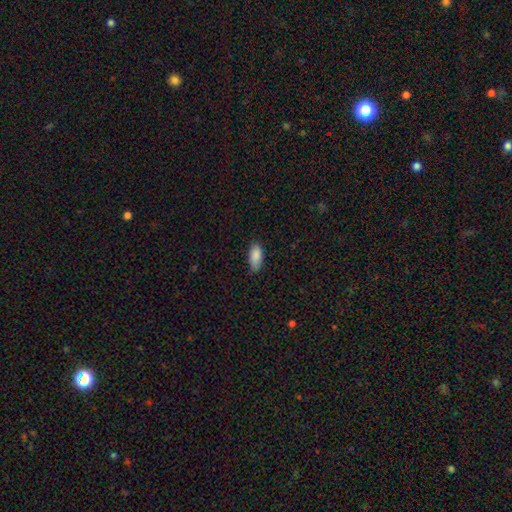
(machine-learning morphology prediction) smooth-or-featured: smooth: 88% | star or artifact: 6% | featured or disk: 5%
  how-rounded: in between: 89% | cigar-shaped: 9% | round: 2%
  merging: none: 81% | minor disturbance: 15% | major disturbance: 2% | merger: 1%